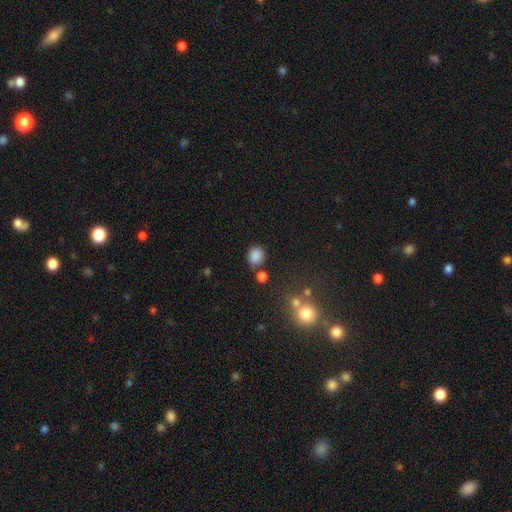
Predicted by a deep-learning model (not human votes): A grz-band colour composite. It shows a smooth galaxy with no disk features (84%) that is round (66%). Merging: none (72%).